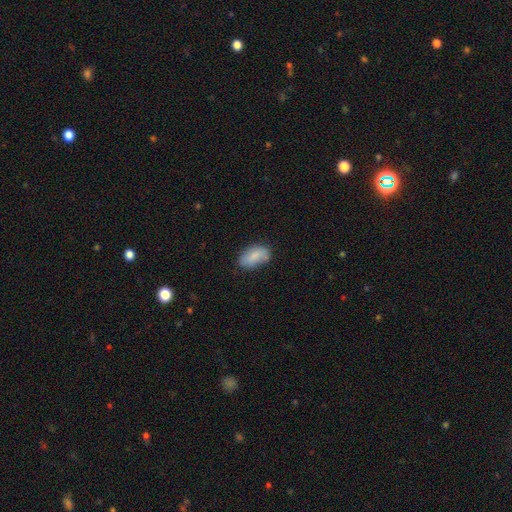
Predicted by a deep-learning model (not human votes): Overall: smooth (81%). How rounded: in between (93%). Merging: none (65%; minor disturbance 26%).